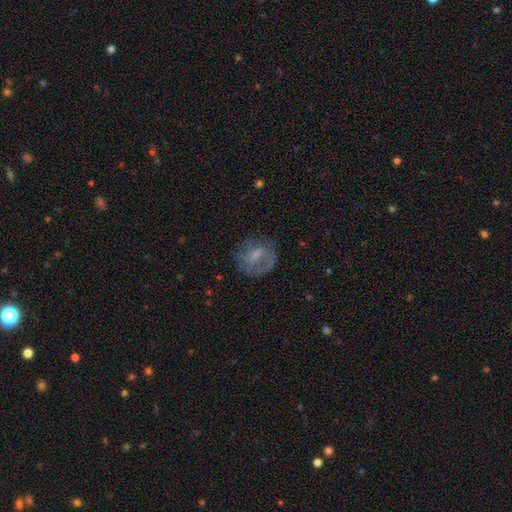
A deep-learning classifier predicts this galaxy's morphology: A smooth galaxy with no disk features (49%).

Vote fractions:
- Smooth or featured? smooth: 49% / featured or disk: 42% / star or artifact: 10%
- Merging? none: 64% / minor disturbance: 20% / major disturbance: 14% / merger: 2%